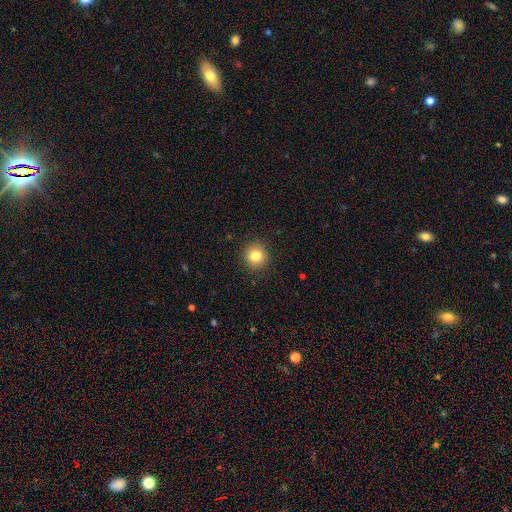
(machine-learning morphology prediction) This appears to be a smooth galaxy with no disk features (81%) that is round (92%). Merging: none (91%).